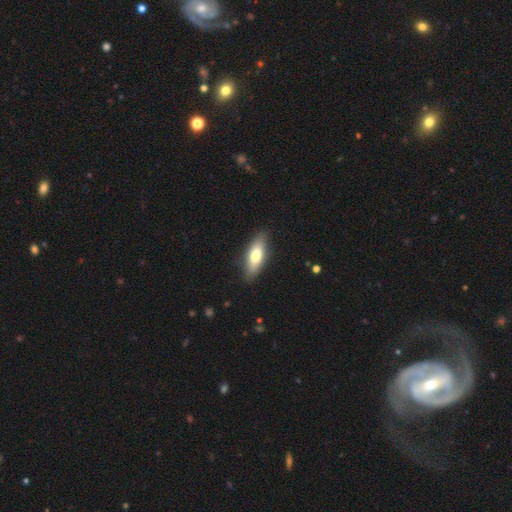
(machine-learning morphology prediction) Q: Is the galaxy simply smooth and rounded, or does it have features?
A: smooth — 69%.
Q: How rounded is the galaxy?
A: in between — 68%.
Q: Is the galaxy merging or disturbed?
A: none — 85%.